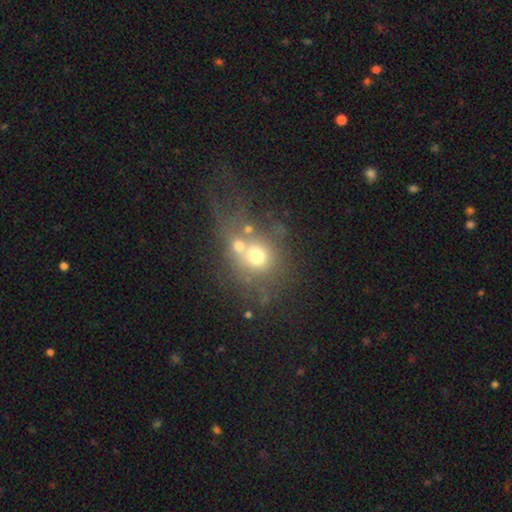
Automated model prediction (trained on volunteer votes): smooth 58%, featured or disk 24%, star or artifact 18%. Down the decision tree: how rounded — round (74%); merging — merger (47%).